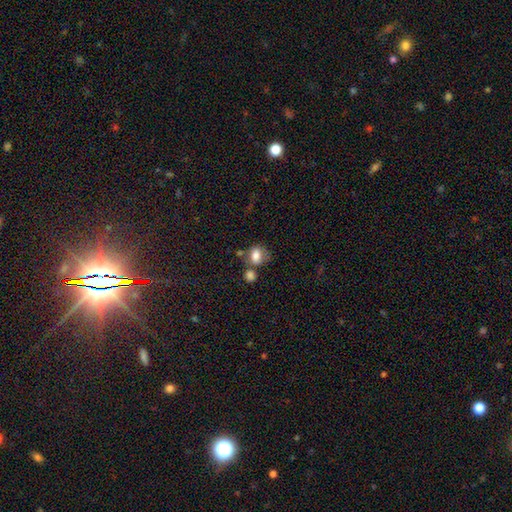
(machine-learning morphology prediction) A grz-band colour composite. It shows a smooth galaxy with no disk features (79%) that is in between round and cigar-shaped (55%). Merging: none (44%).